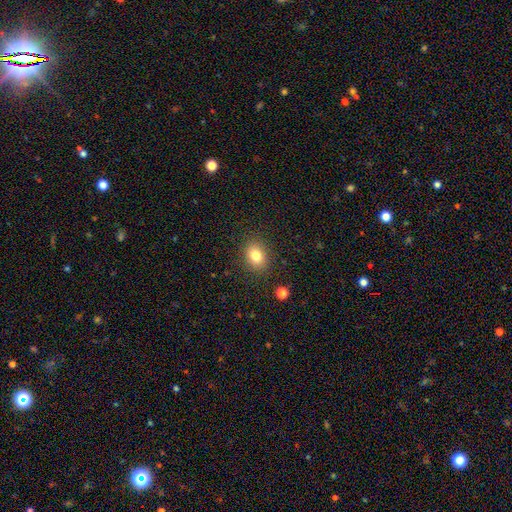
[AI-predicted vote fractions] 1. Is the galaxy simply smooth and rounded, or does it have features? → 80% smooth, 11% star or artifact, 9% featured or disk.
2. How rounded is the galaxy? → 54% in between, 45% round, 1% cigar-shaped.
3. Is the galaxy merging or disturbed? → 86% none, 9% minor disturbance, 3% major disturbance, 1% merger.